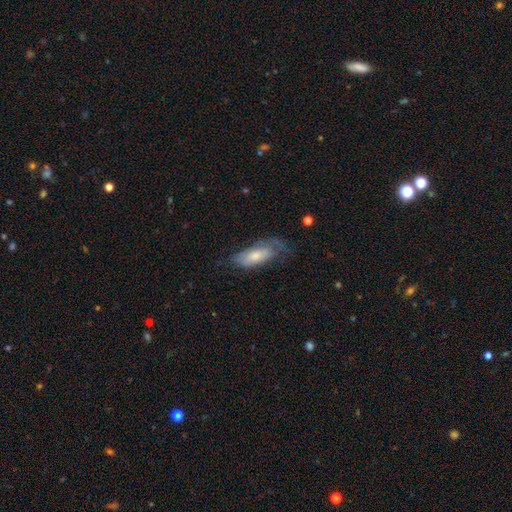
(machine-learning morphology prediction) Q: Smooth or featured?
A: smooth (60%); runner-up: featured or disk (33%)
Q: How rounded?
A: in between (75%); runner-up: cigar-shaped (22%)
Q: Merging?
A: none (44%); runner-up: minor disturbance (32%)